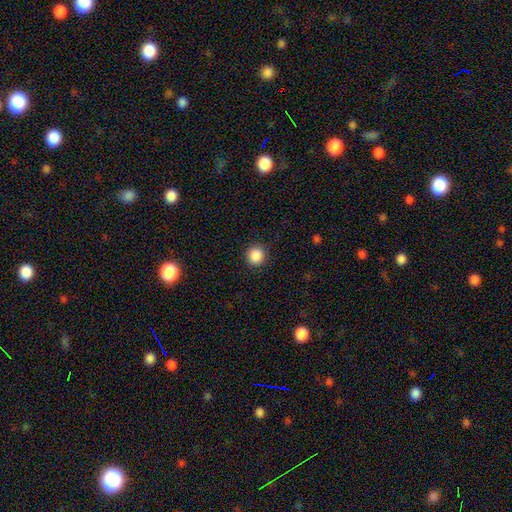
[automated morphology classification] This appears to be a smooth galaxy with no disk features (88%) that is round (92%). Merging: none (91%).